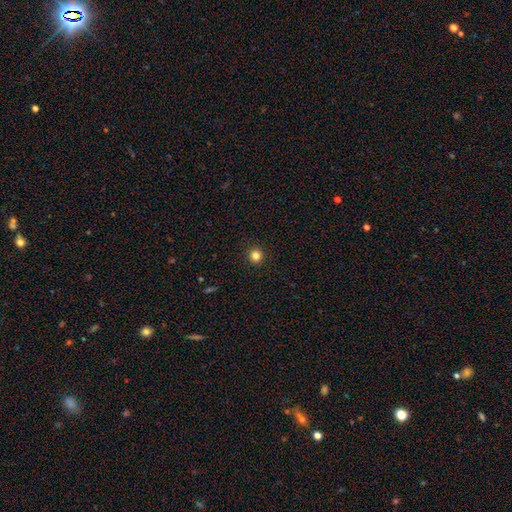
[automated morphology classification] Smooth or featured? Predicted: smooth (p=0.83). How rounded? Predicted: round (p=0.93). Merging? Predicted: none (p=0.93).